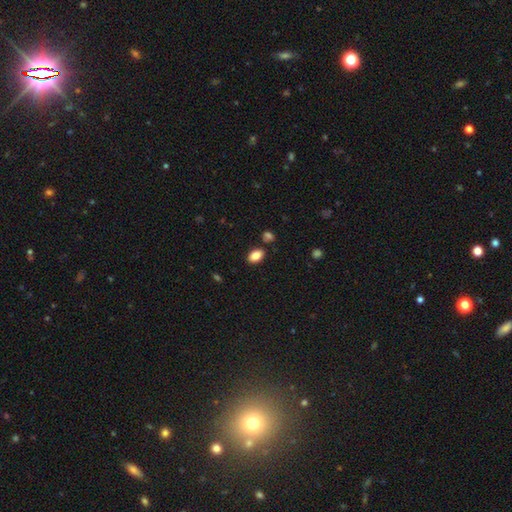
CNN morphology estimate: Smooth or featured? Predicted: smooth (p=0.86). How rounded? Predicted: in between (p=0.90). Merging? Predicted: none (p=0.82).